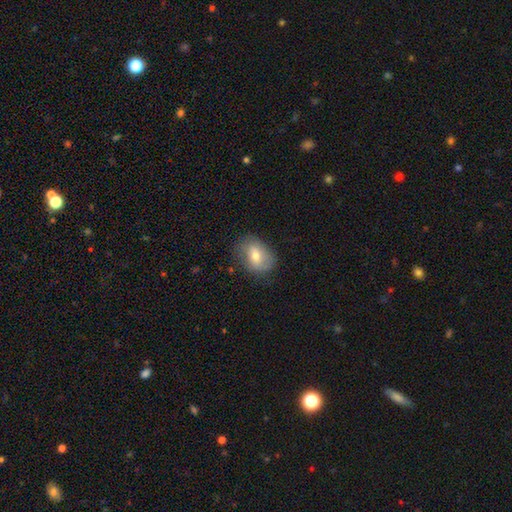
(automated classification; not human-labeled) Smooth or featured: smooth — 69% (featured or disk — 23%)
How rounded: in between — 73% (round — 26%)
Merging: none — 72% (minor disturbance — 20%)